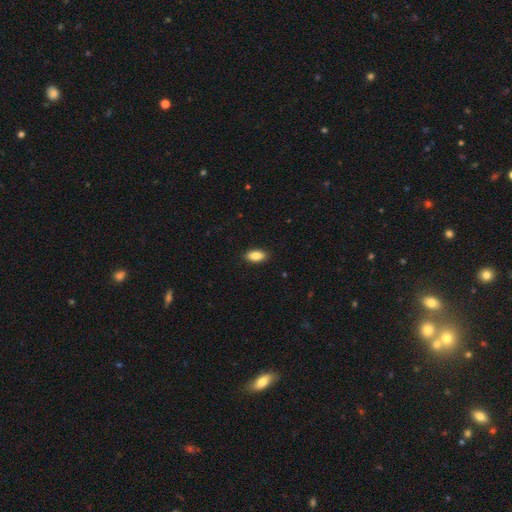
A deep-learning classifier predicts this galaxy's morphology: smooth 86%, star or artifact 7%, featured or disk 7%. Down the decision tree: how rounded — in between (89%); merging — none (90%).